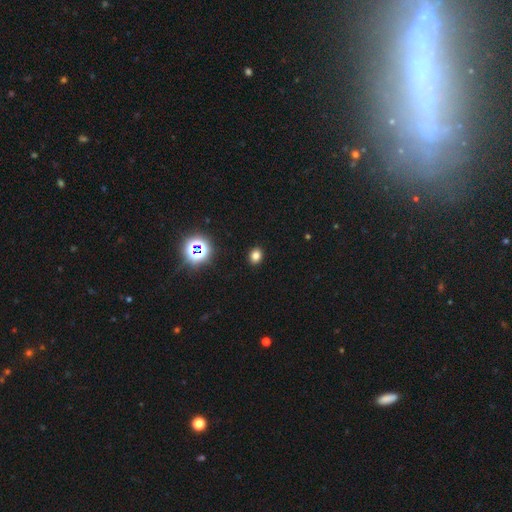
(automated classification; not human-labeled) This is likely a smooth galaxy (76%). How rounded: possibly round (51%). Merging: clearly none (91%).